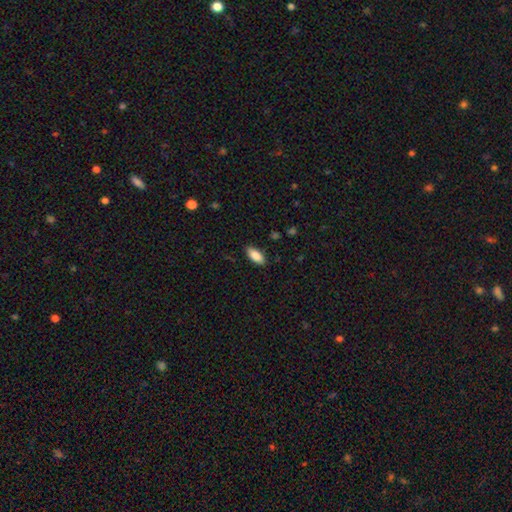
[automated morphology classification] This appears to be a smooth galaxy with no disk features (88%) that is in between round and cigar-shaped (87%). Merging: none (87%).